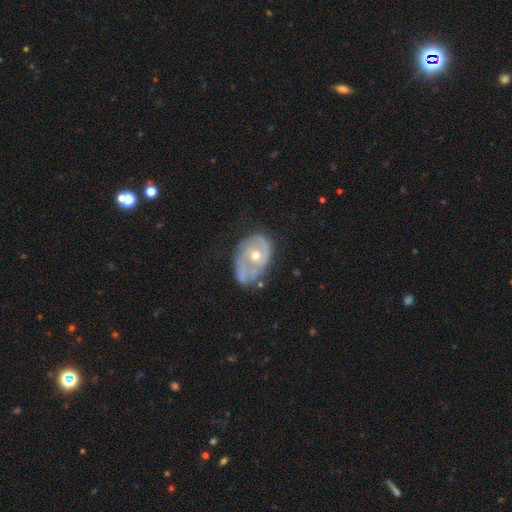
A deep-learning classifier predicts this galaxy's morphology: This appears to be a featured or disk galaxy (73%) with no bar (75%), spiral arms (70%) and a moderate central bulge (62%). Merging: none (38%).